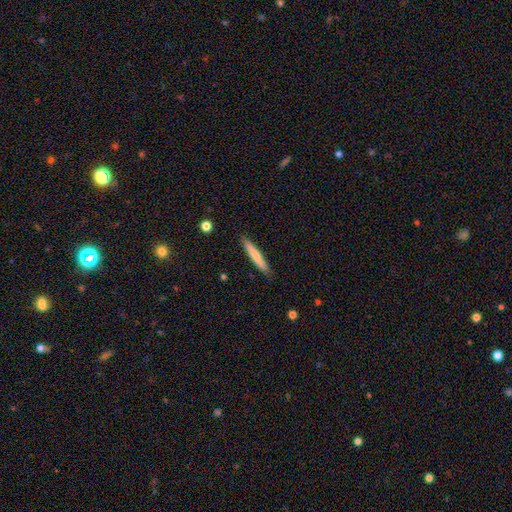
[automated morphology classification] This is likely a smooth galaxy (70%). How rounded: clearly cigar-shaped (95%). Merging: clearly none (90%).